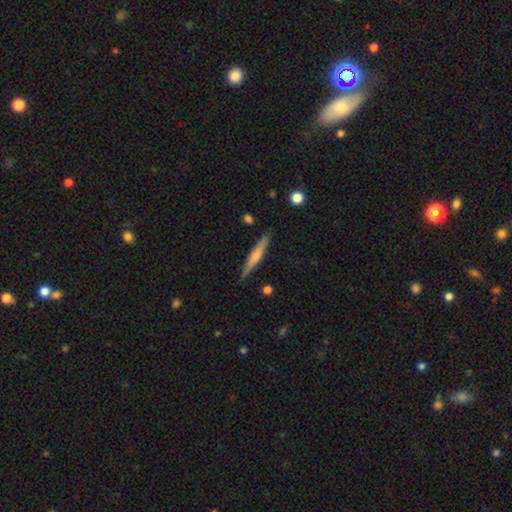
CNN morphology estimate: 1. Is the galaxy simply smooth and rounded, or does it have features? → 49% featured or disk, 45% smooth, 6% star or artifact.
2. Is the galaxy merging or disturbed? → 88% none, 9% minor disturbance, 2% major disturbance, 1% merger.